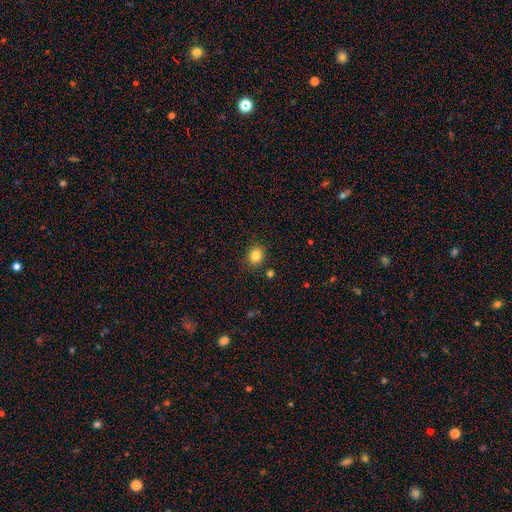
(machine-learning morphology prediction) Smooth or featured?
  - smooth: 84% *
  - star or artifact: 11%
  - featured or disk: 5%
How rounded?
  - round: 71% *
  - in between: 28%
  - cigar-shaped: 1%
Merging?
  - none: 86% *
  - minor disturbance: 9%
  - merger: 3%
  - major disturbance: 2%